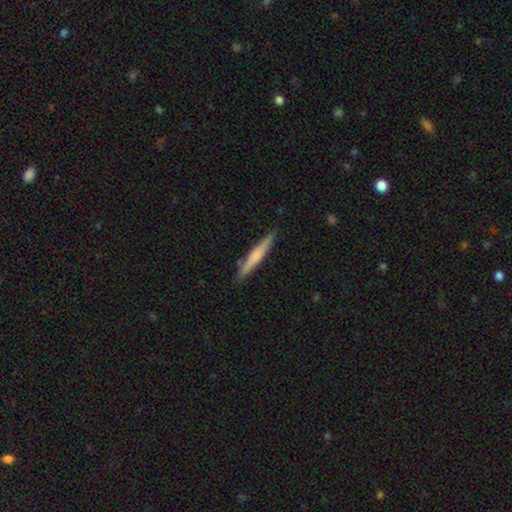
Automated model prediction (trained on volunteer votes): Q: Smooth or featured?
A: smooth (51%); runner-up: featured or disk (44%)
Q: How rounded?
A: cigar-shaped (95%); runner-up: in between (4%)
Q: Merging?
A: none (89%); runner-up: minor disturbance (8%)